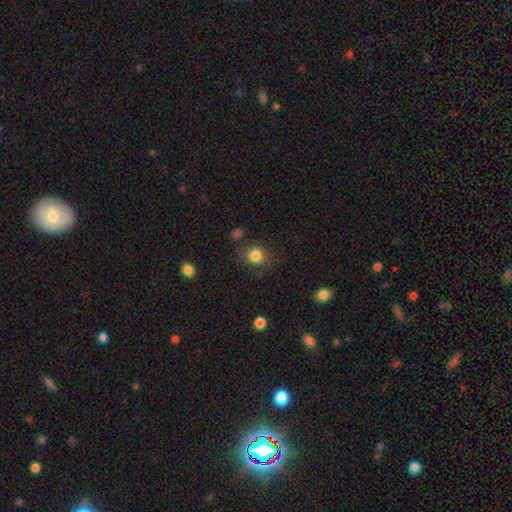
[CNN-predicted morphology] Smooth or featured?
  - smooth: 83% *
  - star or artifact: 10%
  - featured or disk: 6%
How rounded?
  - round: 83% *
  - in between: 16%
  - cigar-shaped: 1%
Merging?
  - none: 76% *
  - minor disturbance: 14%
  - major disturbance: 6%
  - merger: 4%